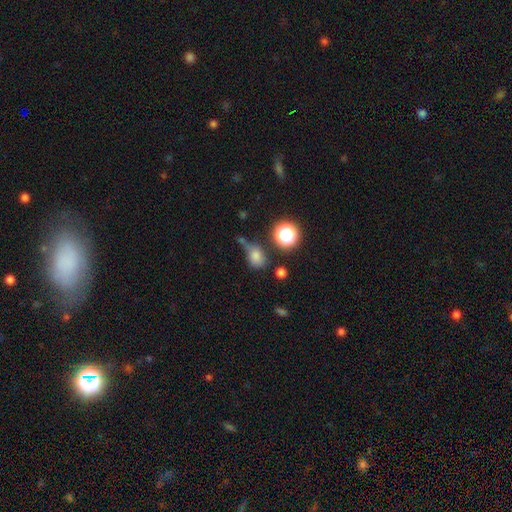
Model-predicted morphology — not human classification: Smooth or featured: smooth — 73% (star or artifact — 18%)
How rounded: in between — 57% (round — 41%)
Merging: none — 42% (minor disturbance — 26%)